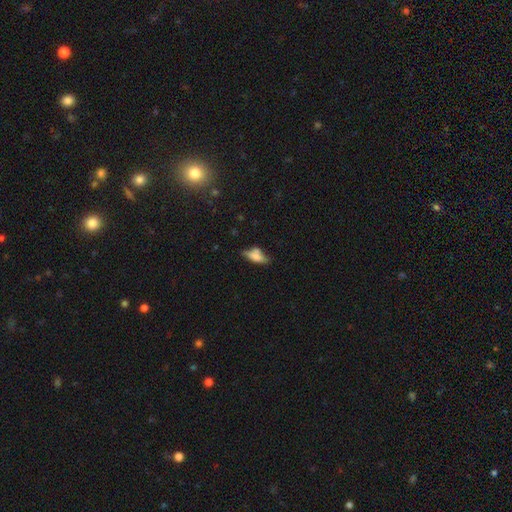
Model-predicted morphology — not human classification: smooth_or_featured: smooth (p=0.58) [alt: featured or disk p=0.33]
how_rounded: in between (p=0.65) [alt: cigar-shaped p=0.31]
merging: none (p=0.53) [alt: minor disturbance p=0.24]